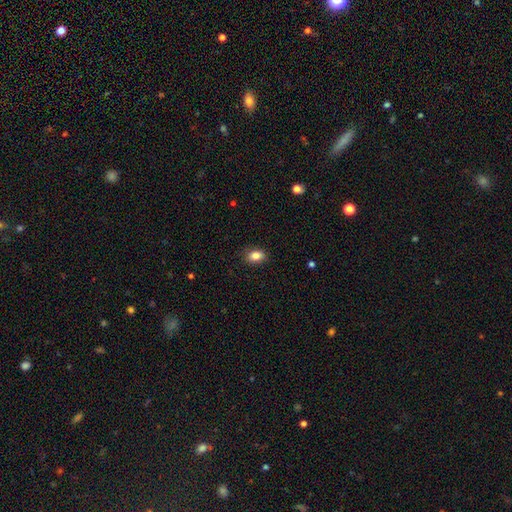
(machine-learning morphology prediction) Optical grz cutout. It shows a smooth galaxy with no disk features (86%) that is in between round and cigar-shaped (81%). Merging: none (87%).